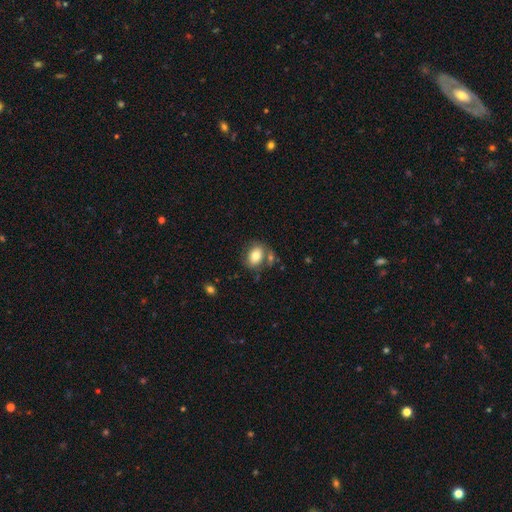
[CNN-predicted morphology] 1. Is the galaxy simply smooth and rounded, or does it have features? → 77% smooth, 14% featured or disk, 8% star or artifact.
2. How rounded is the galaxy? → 71% in between, 28% round, 1% cigar-shaped.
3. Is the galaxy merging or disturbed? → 64% none, 16% minor disturbance, 15% merger, 5% major disturbance.